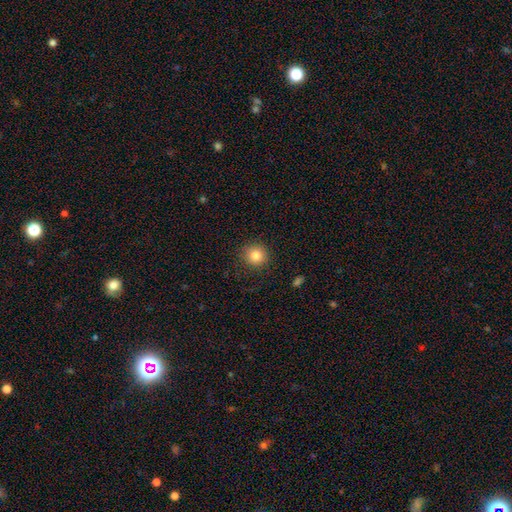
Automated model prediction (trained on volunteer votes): smooth 84%, star or artifact 11%, featured or disk 6%. Down the decision tree: how rounded — round (93%); merging — none (89%).